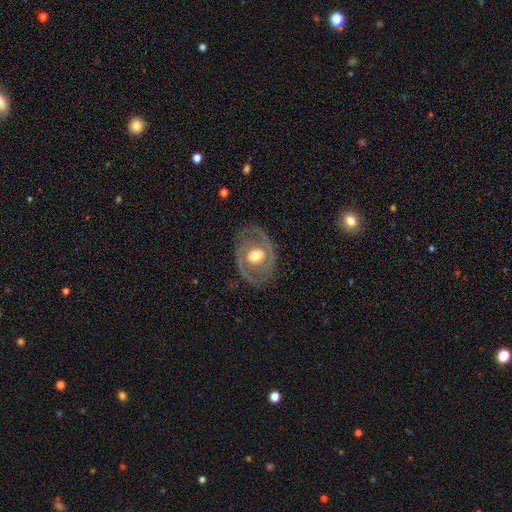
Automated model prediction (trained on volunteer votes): Morphology: type=featured or disk (68%); edge-on=no (95%); bar=no (72%); spiral arms=no (54%); bulge=moderate (66%); merging=none (74%).